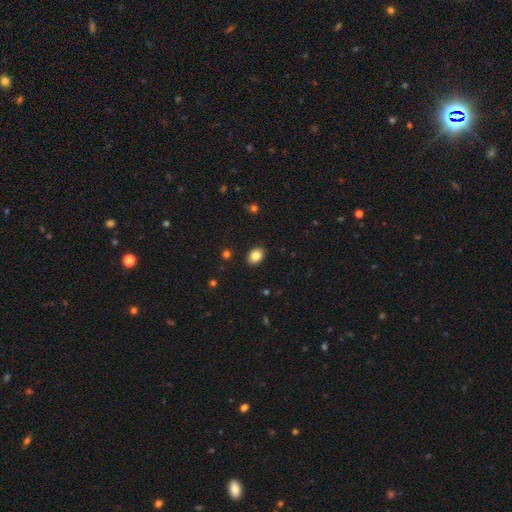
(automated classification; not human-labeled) smooth 84%, star or artifact 9%, featured or disk 7%. Down the decision tree: how rounded — in between (76%); merging — none (89%).